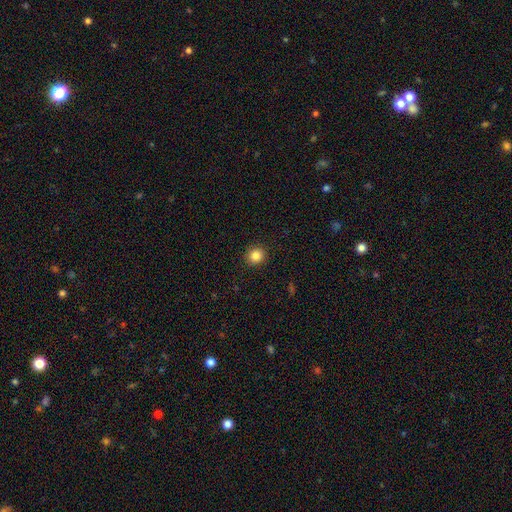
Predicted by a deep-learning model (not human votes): smooth-or-featured: smooth: 85% | star or artifact: 11% | featured or disk: 5%
  how-rounded: round: 89% | in between: 10% | cigar-shaped: 1%
  merging: none: 92% | minor disturbance: 5% | major disturbance: 2% | merger: 1%